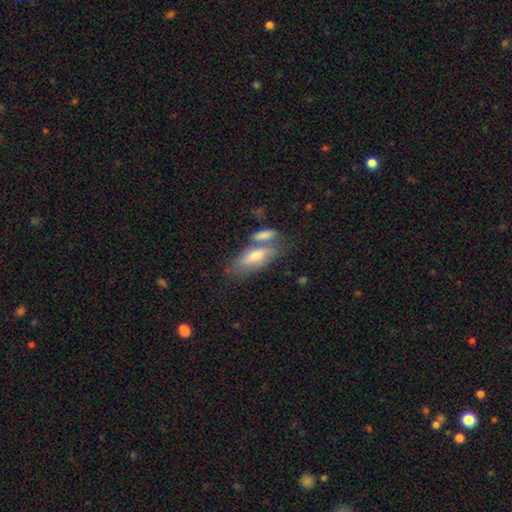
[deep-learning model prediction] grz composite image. It shows a smooth galaxy with no disk features (65%) that is in between round and cigar-shaped (68%). Merging: none (48%).